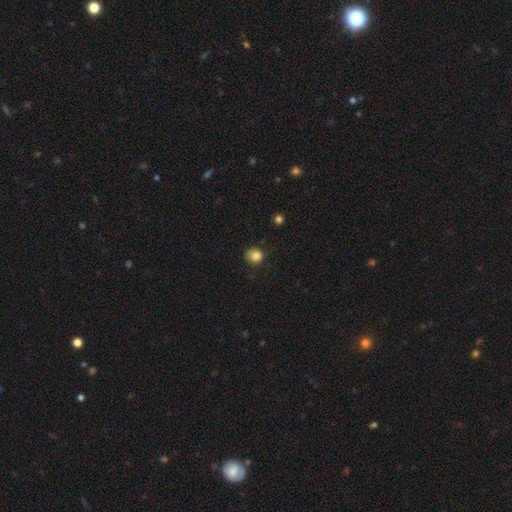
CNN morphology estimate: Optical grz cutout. It shows a smooth galaxy with no disk features (83%) that is round (82%). Merging: none (71%).